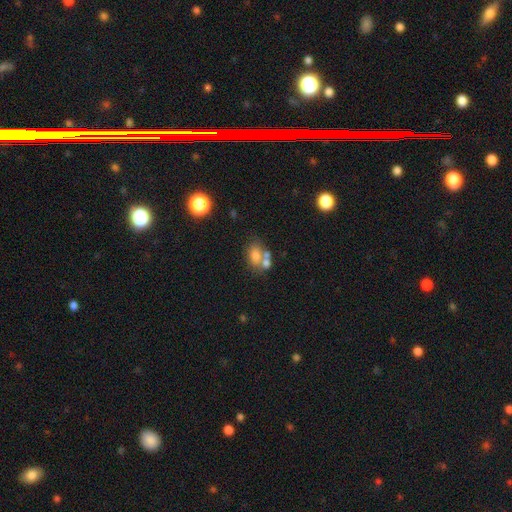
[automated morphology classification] This is likely a smooth galaxy (71%). How rounded: likely in between (77%). Merging: marginally merger (44%).